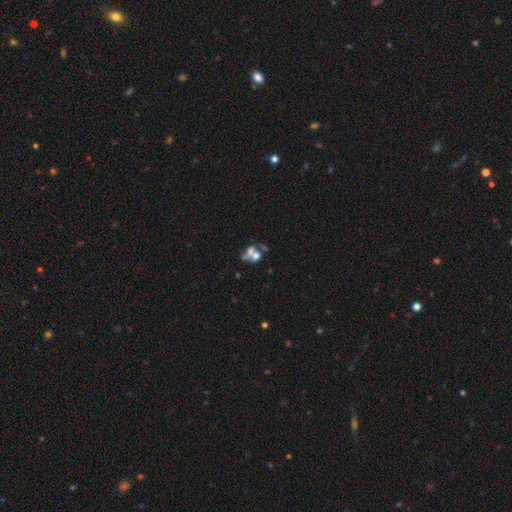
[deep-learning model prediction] Overall: smooth (43%; featured or disk 38%). Merging: merger (57%; none 24%).